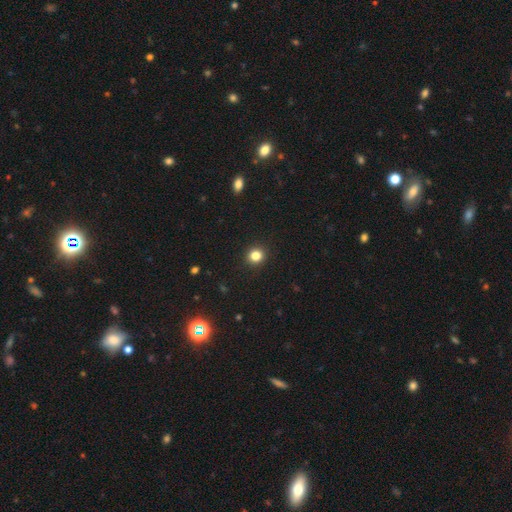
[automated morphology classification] Smooth or featured: smooth — 83% (star or artifact — 12%)
How rounded: round — 88% (in between — 11%)
Merging: none — 92% (minor disturbance — 5%)